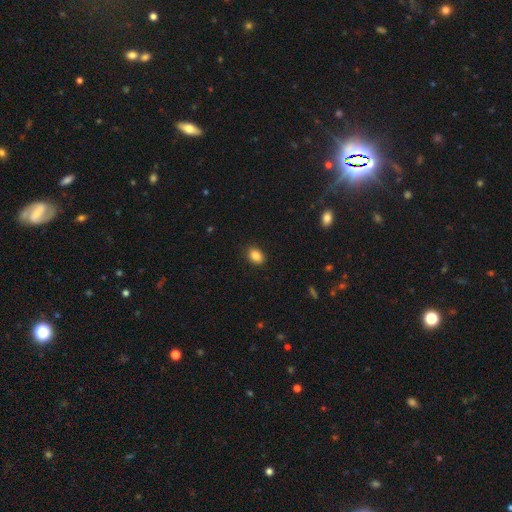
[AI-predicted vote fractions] Q: Smooth or featured?
A: smooth (86%); runner-up: star or artifact (9%)
Q: How rounded?
A: in between (76%); runner-up: round (23%)
Q: Merging?
A: none (89%); runner-up: minor disturbance (8%)